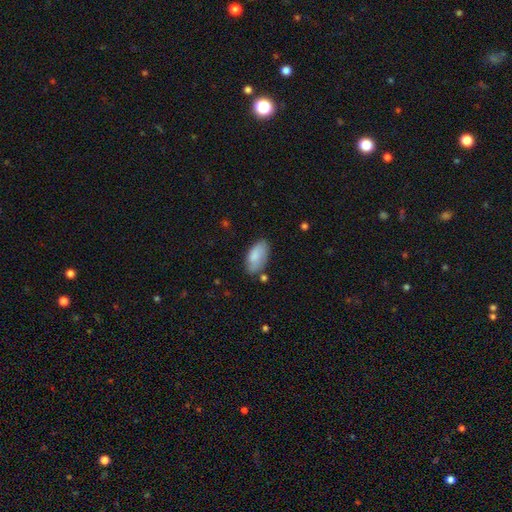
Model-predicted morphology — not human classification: Smooth or featured?
  - smooth: 83% *
  - featured or disk: 11%
  - star or artifact: 6%
How rounded?
  - in between: 93% *
  - cigar-shaped: 5%
  - round: 2%
Merging?
  - none: 71% *
  - minor disturbance: 21%
  - major disturbance: 4%
  - merger: 4%